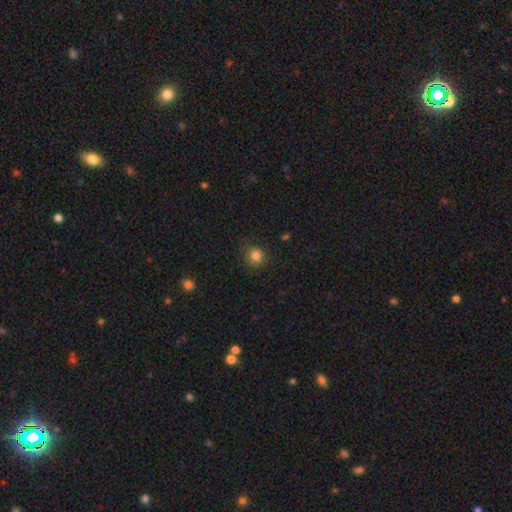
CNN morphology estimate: A smooth galaxy with no disk features (82%) that is round (89%). Merging: none (82%).